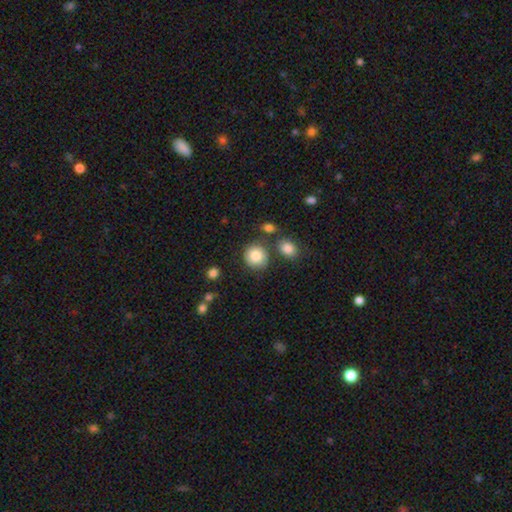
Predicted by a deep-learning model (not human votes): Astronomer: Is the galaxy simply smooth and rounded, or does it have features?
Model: smooth — 85%.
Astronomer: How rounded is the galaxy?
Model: round — 86%.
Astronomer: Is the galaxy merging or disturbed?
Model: none — 76%.